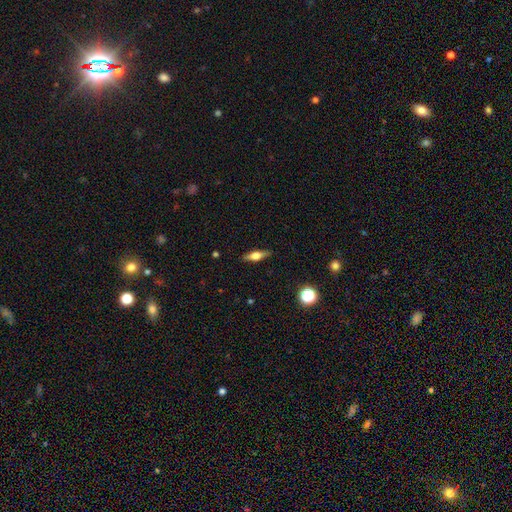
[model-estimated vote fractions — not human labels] Smooth or featured? Predicted: featured or disk (p=0.53). Edge-on disk? Predicted: yes (p=0.94). Merging? Predicted: none (p=0.88).